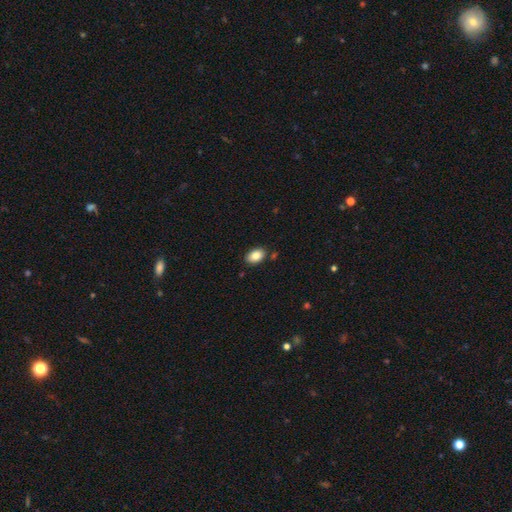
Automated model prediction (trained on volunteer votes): smooth-or-featured: smooth: 85% | star or artifact: 8% | featured or disk: 7%
  how-rounded: in between: 86% | round: 13% | cigar-shaped: 1%
  merging: none: 85% | minor disturbance: 10% | merger: 3% | major disturbance: 2%